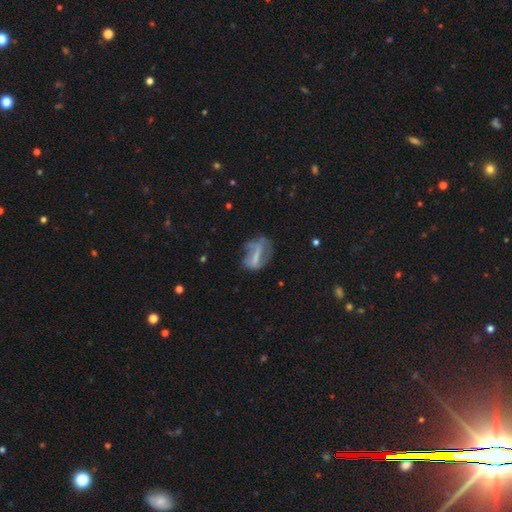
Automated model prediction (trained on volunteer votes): This appears to be a featured or disk galaxy (52%). Merging: none (41%).